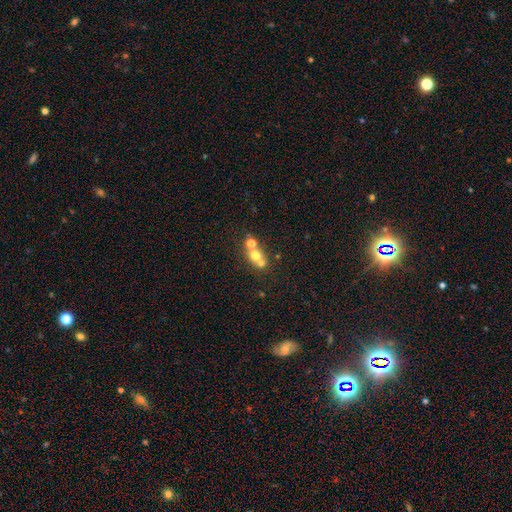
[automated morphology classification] The model was most divided on "merging": merger: 53%, none: 37%, minor disturbance: 7%, major disturbance: 4%. More confident: how rounded — round (70%); smooth or featured — smooth (60%).